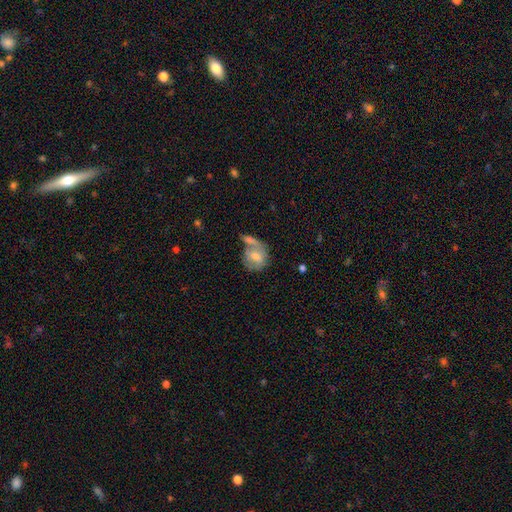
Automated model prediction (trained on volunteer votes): Smooth or featured? smooth (56%)
How rounded? round (64%)
Merging? none (35%)